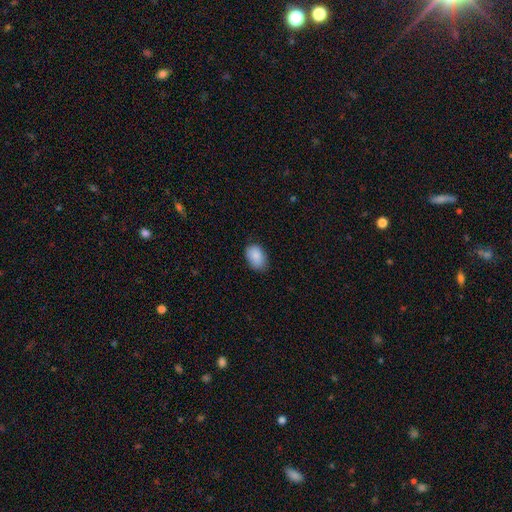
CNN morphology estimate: Overall: smooth (88%). How rounded: in between (85%). Merging: none (76%).